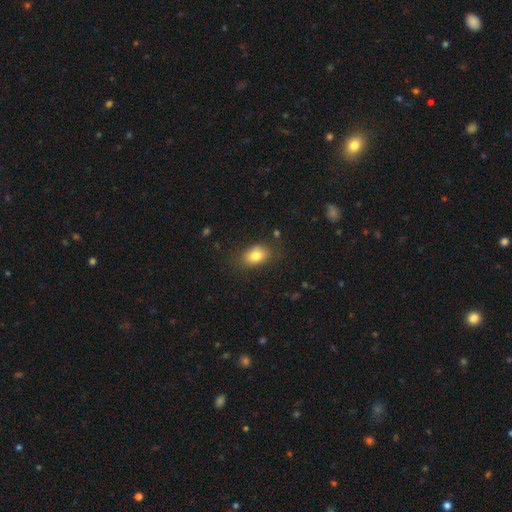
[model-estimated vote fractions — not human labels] Q: Smooth or featured?
A: smooth (80%); runner-up: featured or disk (11%)
Q: How rounded?
A: in between (82%); runner-up: round (16%)
Q: Merging?
A: none (78%); runner-up: minor disturbance (16%)